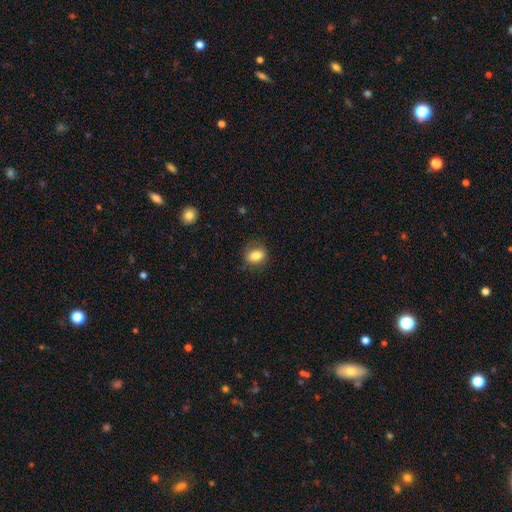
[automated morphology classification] A smooth galaxy with no disk features (83%) that is in between round and cigar-shaped (63%).

Vote fractions:
- Smooth or featured? smooth: 83% / star or artifact: 9% / featured or disk: 8%
- How rounded? in between: 63% / round: 36% / cigar-shaped: 2%
- Merging? none: 77% / minor disturbance: 17% / major disturbance: 5% / merger: 1%